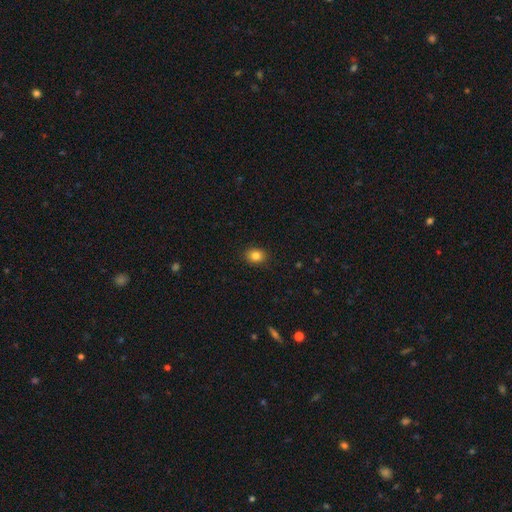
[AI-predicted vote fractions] The model was most divided on "how rounded": round: 51%, in between: 48%, cigar-shaped: 1%. More confident: merging — none (89%); smooth or featured — smooth (84%).